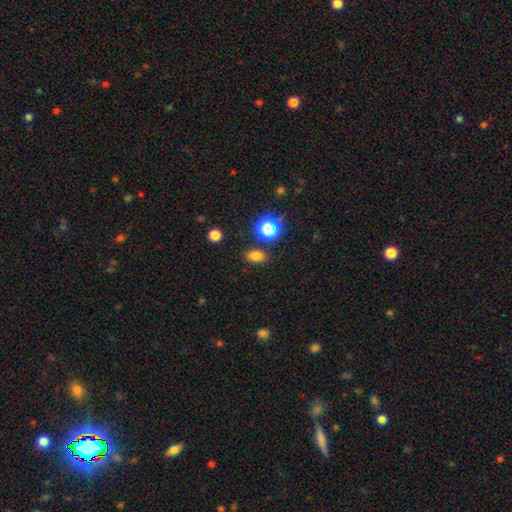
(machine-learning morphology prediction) smooth_or_featured: smooth (p=0.74) [alt: star or artifact p=0.20]
how_rounded: in between (p=0.78) [alt: round p=0.20]
merging: none (p=0.84) [alt: minor disturbance p=0.10]